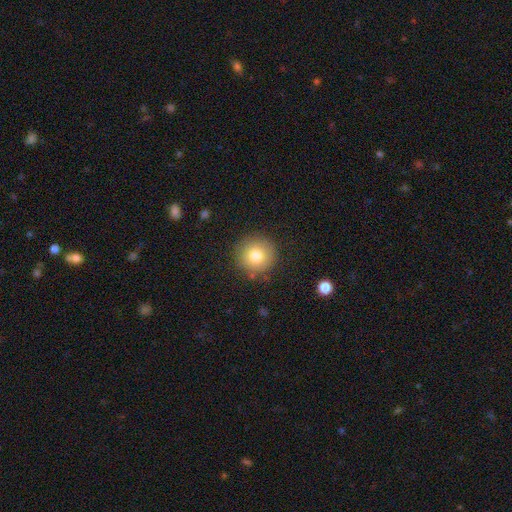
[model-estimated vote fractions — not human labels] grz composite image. It shows a smooth galaxy with no disk features (79%) that is round (94%). Merging: none (87%).